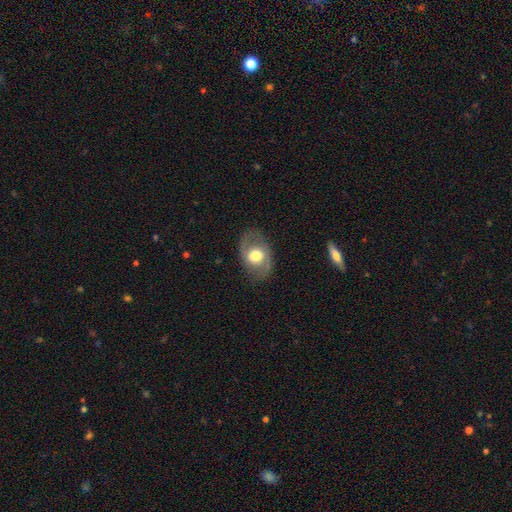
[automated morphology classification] A featured or disk galaxy (62%) with no bar (63%), spiral arms (67%) and a moderate central bulge (53%). Merging: none (80%).